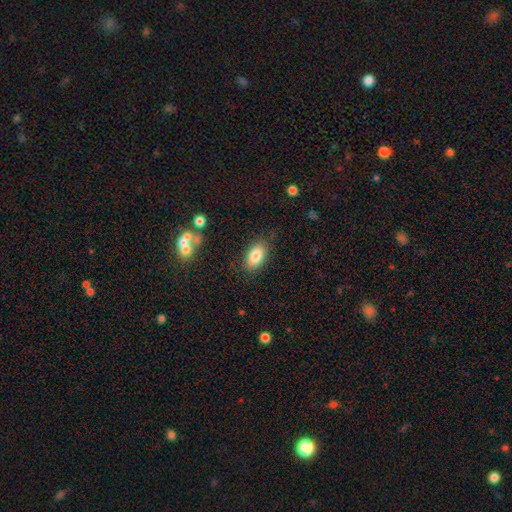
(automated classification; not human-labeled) smooth-or-featured: smooth: 82% | featured or disk: 10% | star or artifact: 8%
  how-rounded: in between: 91% | round: 7% | cigar-shaped: 3%
  merging: none: 81% | minor disturbance: 13% | major disturbance: 4% | merger: 2%